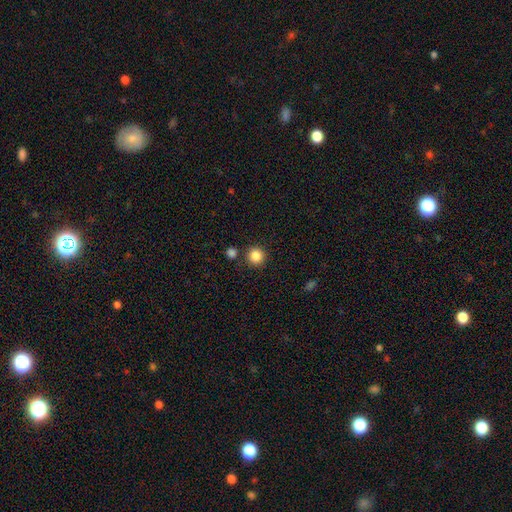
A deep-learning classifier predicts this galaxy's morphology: Q: Smooth or featured?
A: smooth (86%); runner-up: star or artifact (11%)
Q: How rounded?
A: round (94%); runner-up: in between (5%)
Q: Merging?
A: none (84%); runner-up: minor disturbance (7%)